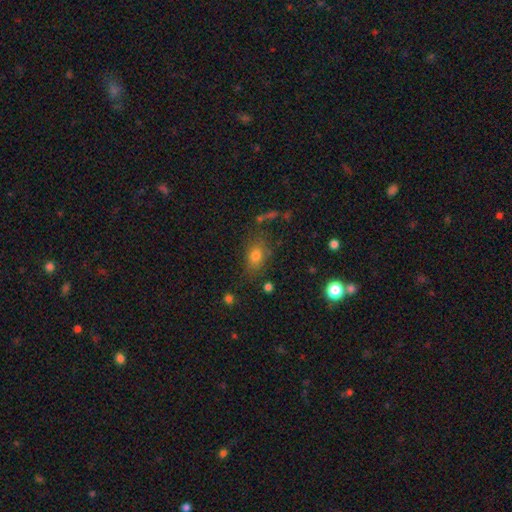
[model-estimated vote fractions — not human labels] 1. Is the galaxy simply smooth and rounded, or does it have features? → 74% smooth, 15% star or artifact, 11% featured or disk.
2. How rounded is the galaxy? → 69% in between, 28% round, 3% cigar-shaped.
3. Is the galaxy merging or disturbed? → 71% none, 17% minor disturbance, 7% major disturbance, 5% merger.